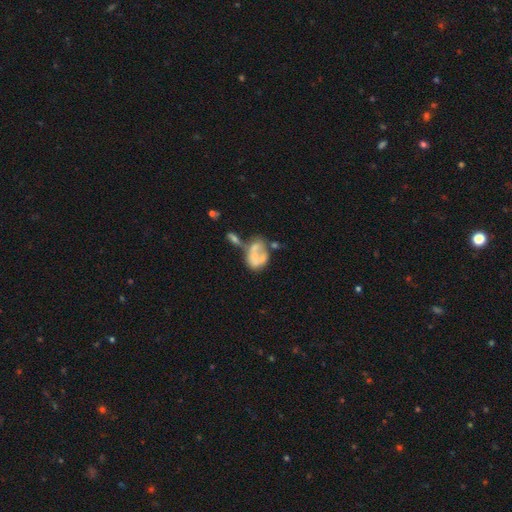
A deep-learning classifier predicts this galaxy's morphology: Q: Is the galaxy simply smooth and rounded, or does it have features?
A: featured or disk — 47%.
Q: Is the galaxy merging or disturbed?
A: merger — 46%.